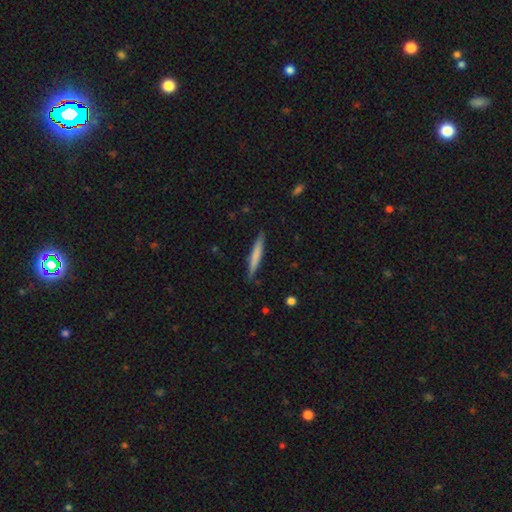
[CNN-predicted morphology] A smooth galaxy with no disk features (67%) that is cigar-shaped (95%). Merging: none (88%).